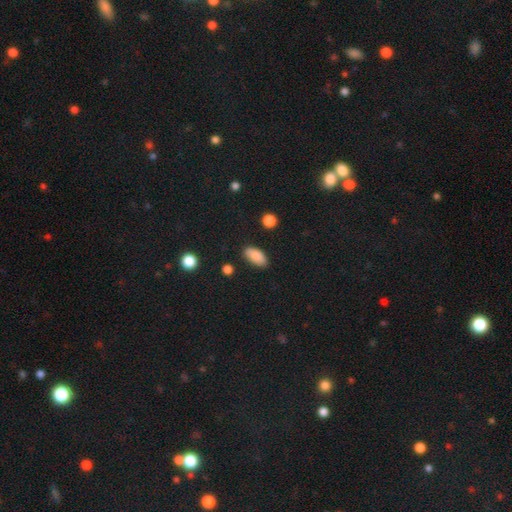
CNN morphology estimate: Smooth or featured? Predicted: smooth (p=0.87). How rounded? Predicted: in between (p=0.90). Merging? Predicted: none (p=0.82).